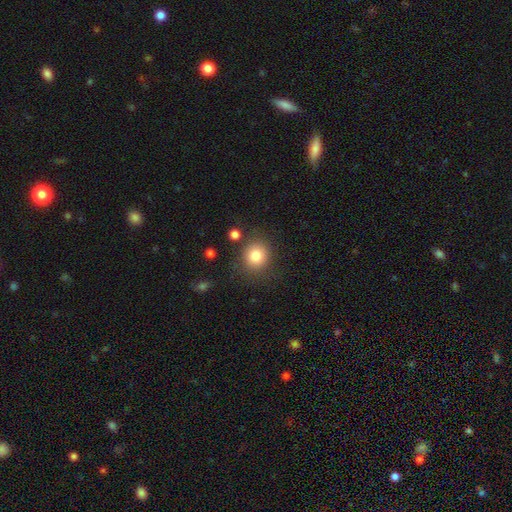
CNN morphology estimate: Q: Smooth or featured?
A: smooth (81%); runner-up: star or artifact (11%)
Q: How rounded?
A: round (84%); runner-up: in between (15%)
Q: Merging?
A: none (81%); runner-up: minor disturbance (10%)